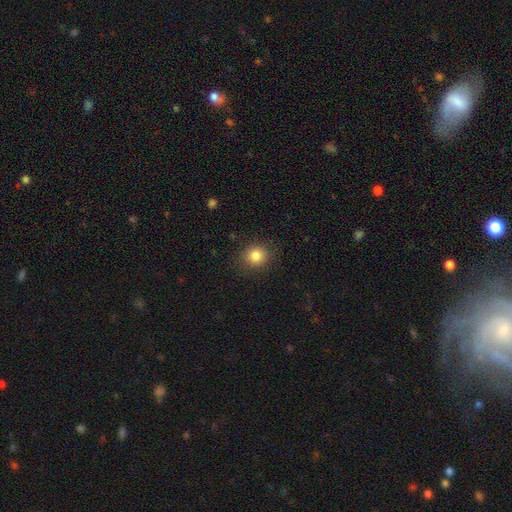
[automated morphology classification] Overall: smooth (84%). How rounded: round (83%). Merging: none (88%).